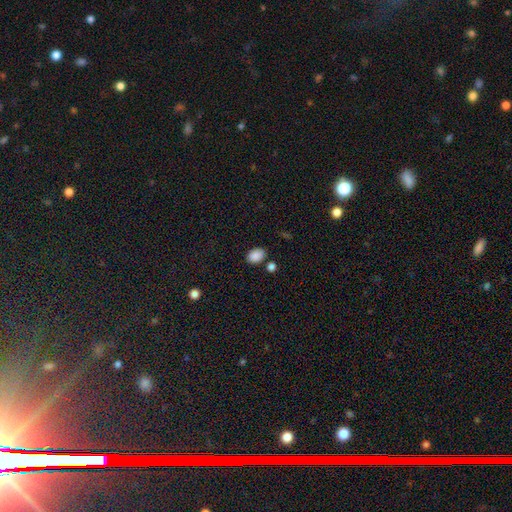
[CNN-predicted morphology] type=smooth (88%); roundness=in between (81%); merging=none (81%).